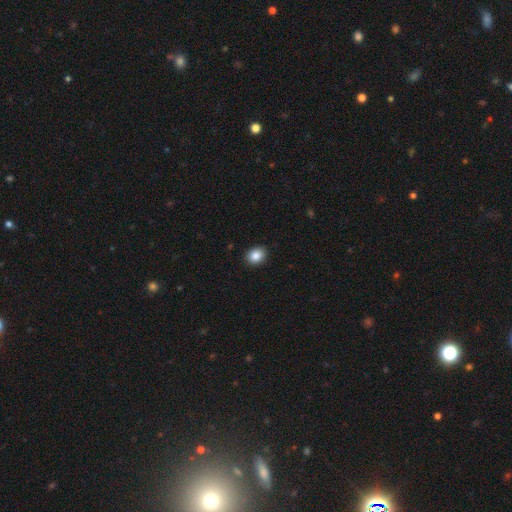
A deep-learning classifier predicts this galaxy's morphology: Smooth or featured? Predicted: smooth (p=0.87). How rounded? Predicted: in between (p=0.50). Merging? Predicted: none (p=0.91).